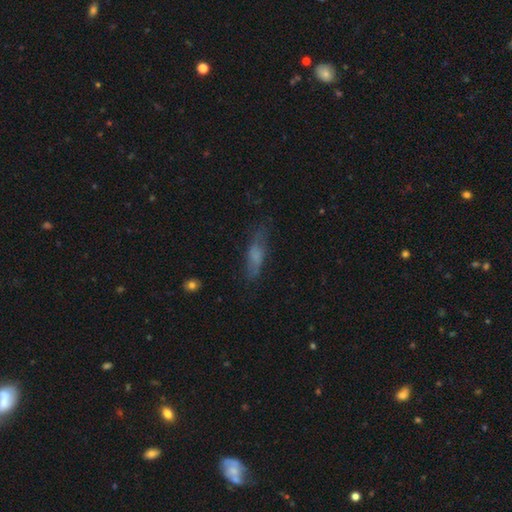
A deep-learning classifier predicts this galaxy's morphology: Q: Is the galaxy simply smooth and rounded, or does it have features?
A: smooth — 59%.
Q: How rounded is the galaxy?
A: cigar-shaped — 53%.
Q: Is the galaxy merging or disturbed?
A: none — 60%.